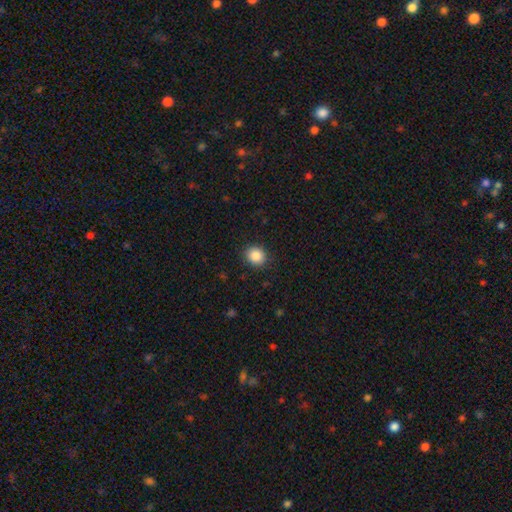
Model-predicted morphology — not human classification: Q: Smooth or featured?
A: smooth (87%); runner-up: star or artifact (9%)
Q: How rounded?
A: round (79%); runner-up: in between (20%)
Q: Merging?
A: none (89%); runner-up: minor disturbance (8%)